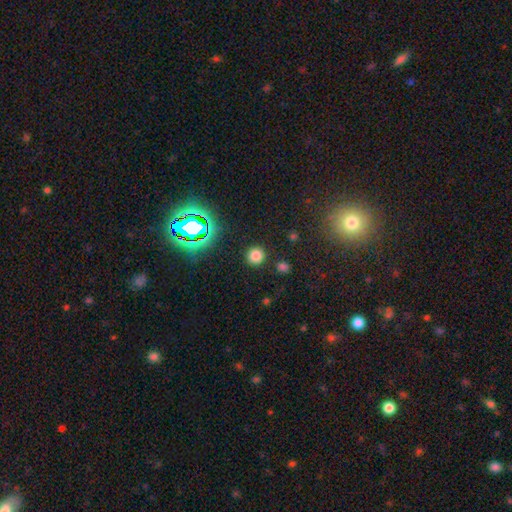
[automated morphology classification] Overall: smooth (75%). How rounded: round (94%). Merging: none (88%).